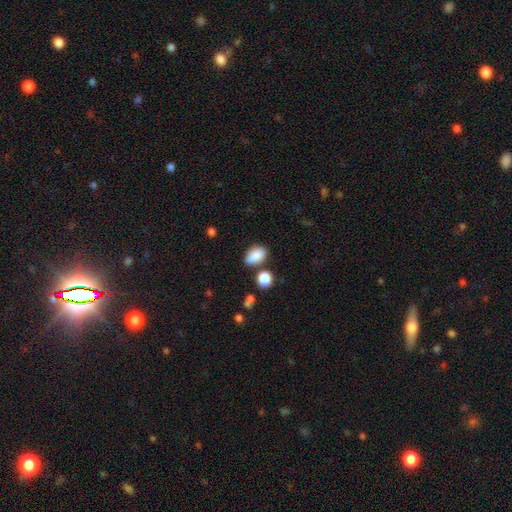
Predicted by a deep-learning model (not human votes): Q: Smooth or featured?
A: smooth (86%); runner-up: star or artifact (9%)
Q: How rounded?
A: in between (87%); runner-up: round (11%)
Q: Merging?
A: none (71%); runner-up: minor disturbance (17%)